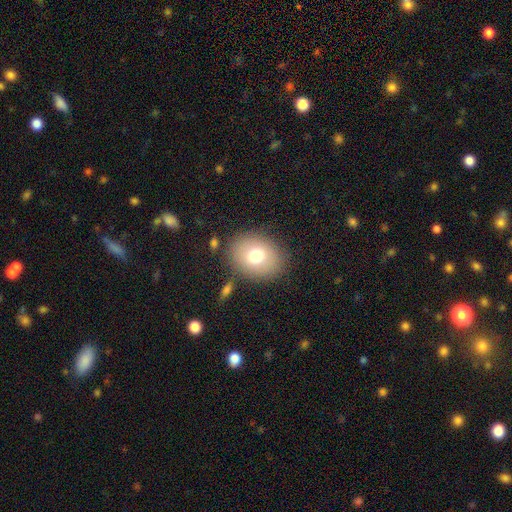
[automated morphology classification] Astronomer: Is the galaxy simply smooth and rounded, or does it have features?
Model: smooth — 73%.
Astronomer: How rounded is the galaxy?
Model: round — 51% (runner-up: in between, 48%).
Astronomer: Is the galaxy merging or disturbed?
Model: none — 82%.